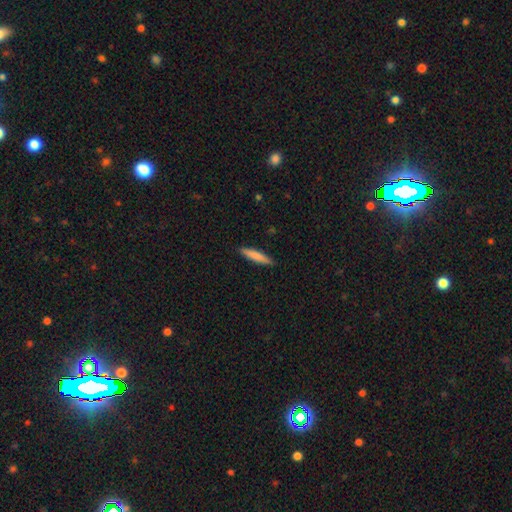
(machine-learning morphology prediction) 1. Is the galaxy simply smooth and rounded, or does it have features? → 81% smooth, 13% featured or disk, 6% star or artifact.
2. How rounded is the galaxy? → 89% cigar-shaped, 9% in between, 1% round.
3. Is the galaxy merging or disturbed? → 90% none, 7% minor disturbance, 2% major disturbance, 1% merger.